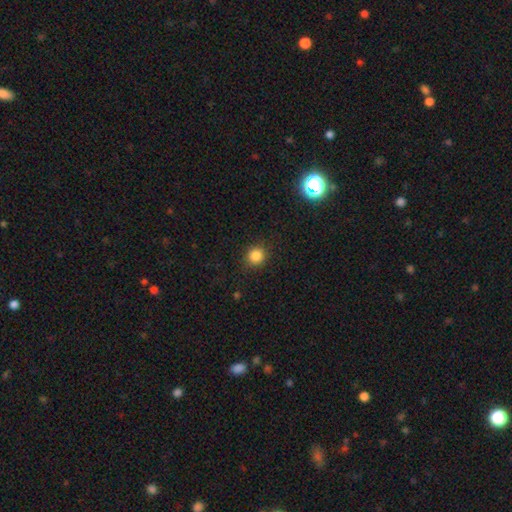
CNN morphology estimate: A smooth galaxy with no disk features (84%) that is round (87%). Merging: none (88%).